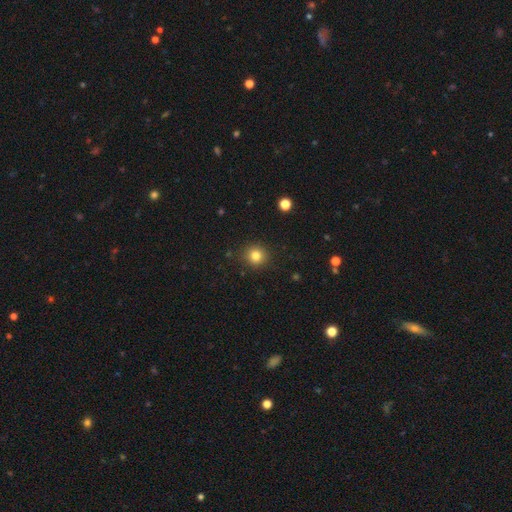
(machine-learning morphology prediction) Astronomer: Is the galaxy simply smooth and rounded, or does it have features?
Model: smooth — 81%.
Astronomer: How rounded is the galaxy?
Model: round — 91%.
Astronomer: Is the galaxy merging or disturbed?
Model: none — 90%.